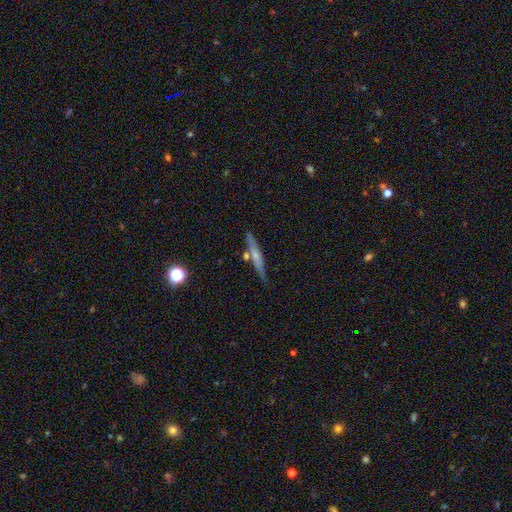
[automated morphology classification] This appears to be a smooth galaxy with no disk features (47%). Merging: none (77%).